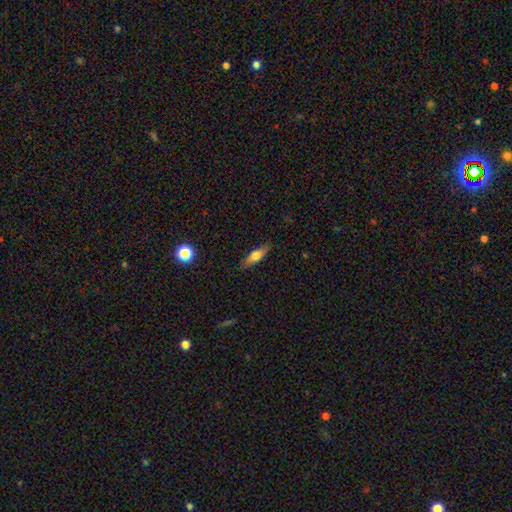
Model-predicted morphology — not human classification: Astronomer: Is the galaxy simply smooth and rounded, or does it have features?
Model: smooth — 59% (runner-up: featured or disk, 34%).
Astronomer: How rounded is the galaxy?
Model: cigar-shaped — 51% (runner-up: in between, 46%).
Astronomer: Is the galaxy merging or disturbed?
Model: none — 85%.